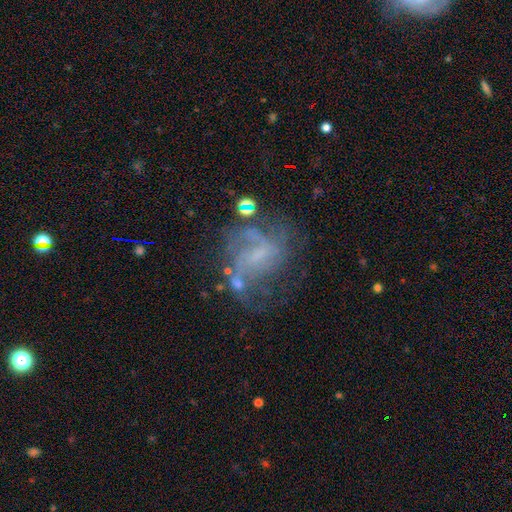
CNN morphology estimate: Smooth or featured? Predicted: featured or disk (p=0.67). Edge-on disk? Predicted: no (p=0.97). Bar? Predicted: weak (p=0.44). Spiral arms? Predicted: yes (p=0.73). Bulge size? Predicted: small (p=0.41). Merging? Predicted: none (p=0.47).